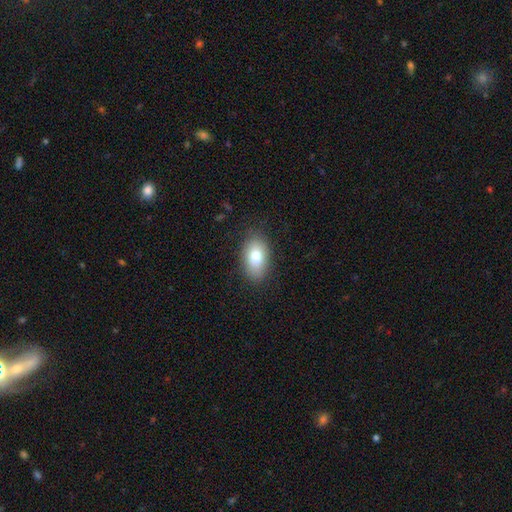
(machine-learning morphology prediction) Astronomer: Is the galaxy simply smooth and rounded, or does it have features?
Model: smooth — 79%.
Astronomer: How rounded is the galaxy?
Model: in between — 90%.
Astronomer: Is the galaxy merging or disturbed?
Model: none — 83%.